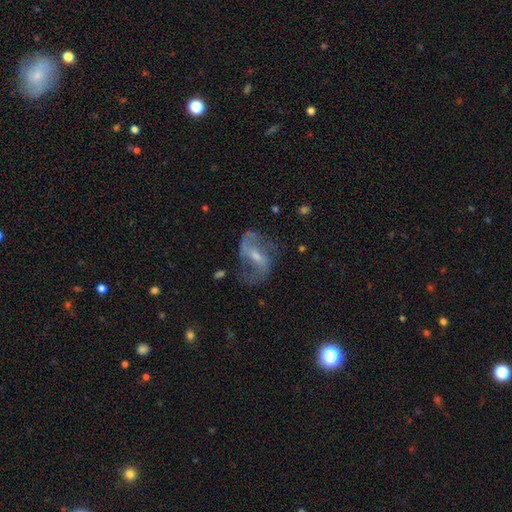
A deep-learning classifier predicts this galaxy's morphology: This is clearly a featured or disk galaxy (81%). It is clearly not viewed edge-on (96%). Bar: possibly weak (46%). Spiral arm pattern: clearly yes (91%). Spiral arm count: clearly 2 (86%). Spiral winding: possibly loose (56%). Central bulge: possibly small (52%). Merging: possibly none (60%).